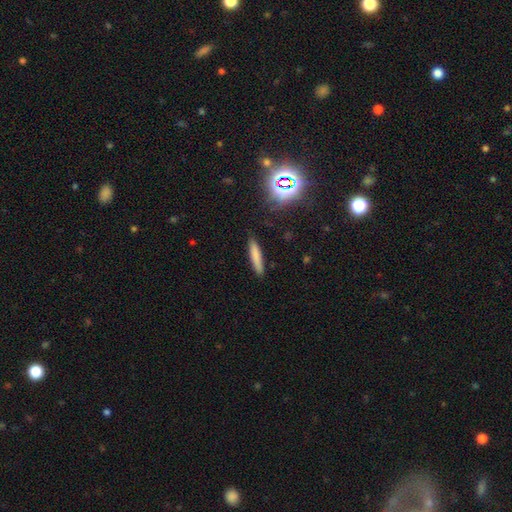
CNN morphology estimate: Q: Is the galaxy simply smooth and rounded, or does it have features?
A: smooth — 79%.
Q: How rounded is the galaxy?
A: cigar-shaped — 89%.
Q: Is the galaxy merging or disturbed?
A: none — 88%.